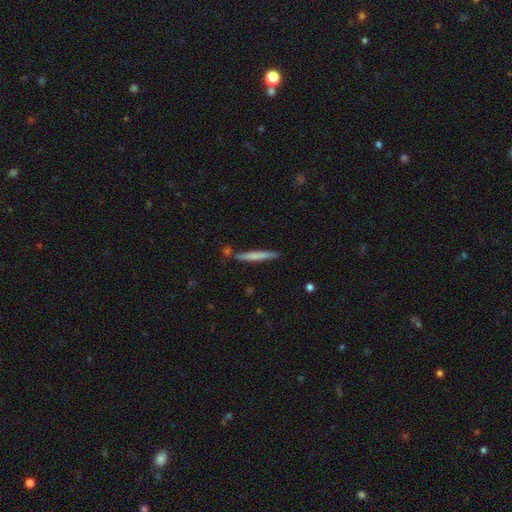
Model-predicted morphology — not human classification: Smooth or featured? smooth (65%)
How rounded? cigar-shaped (96%)
Merging? none (83%)